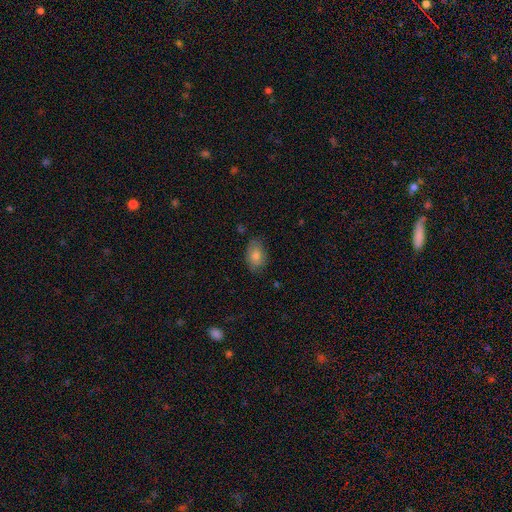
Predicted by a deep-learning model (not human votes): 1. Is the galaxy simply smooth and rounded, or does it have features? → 75% smooth, 14% featured or disk, 10% star or artifact.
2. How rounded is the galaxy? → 84% in between, 15% round, 2% cigar-shaped.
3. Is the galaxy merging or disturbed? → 77% none, 18% minor disturbance, 4% major disturbance, 1% merger.